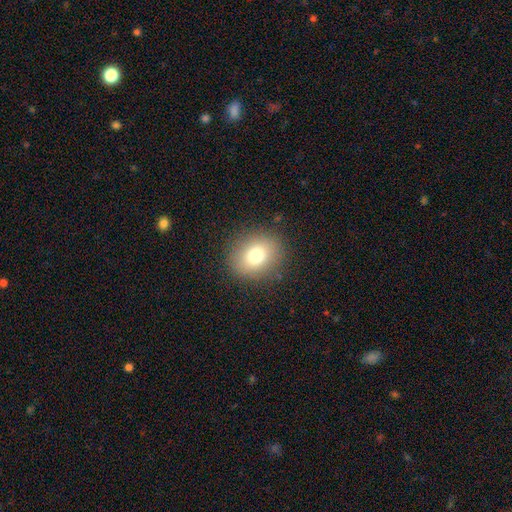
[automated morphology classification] The model was most divided on "how rounded": round: 65%, in between: 34%, cigar-shaped: 1%. More confident: merging — none (87%); smooth or featured — smooth (76%).